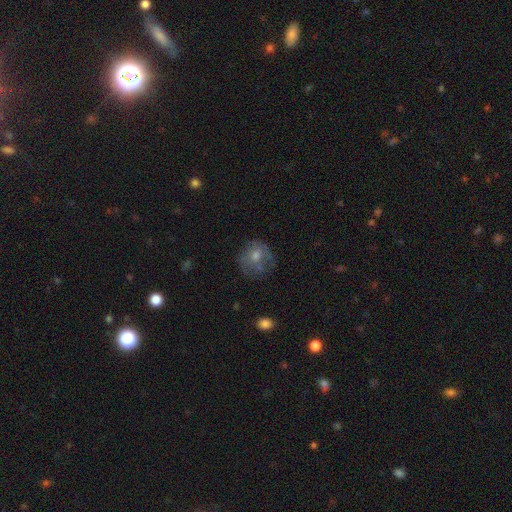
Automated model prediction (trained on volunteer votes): Morphology: type=smooth (52%); roundness=round (81%); merging=none (61%).